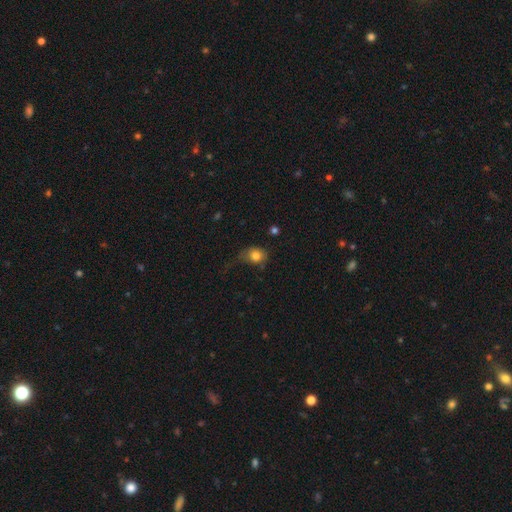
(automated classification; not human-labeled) smooth-or-featured: smooth: 80% | star or artifact: 10% | featured or disk: 10%
  how-rounded: round: 64% | in between: 35% | cigar-shaped: 1%
  merging: none: 47% | minor disturbance: 32% | major disturbance: 18% | merger: 3%